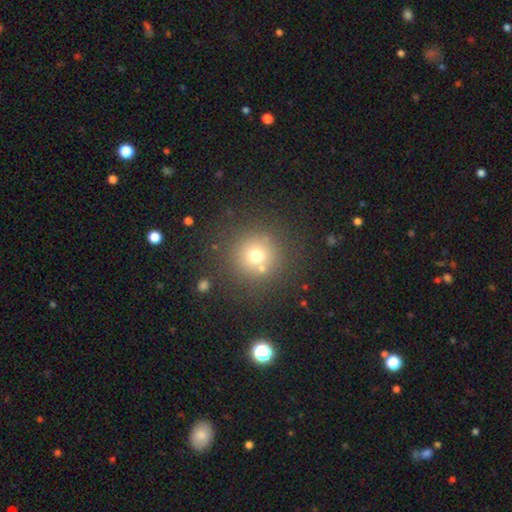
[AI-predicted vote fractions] Overall: smooth (69%). How rounded: round (94%). Merging: none (78%).